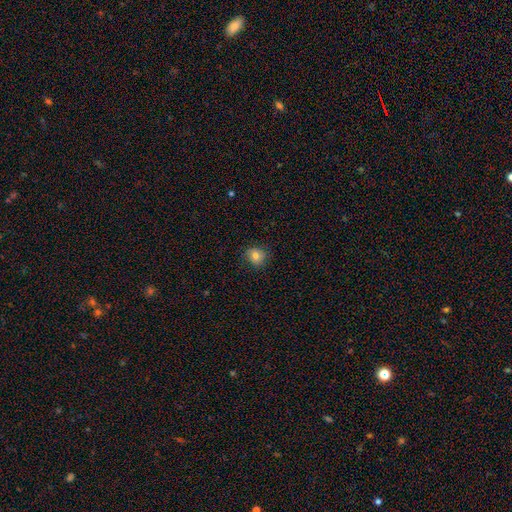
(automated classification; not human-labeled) Q: Smooth or featured?
A: smooth (78%); runner-up: featured or disk (11%)
Q: How rounded?
A: round (79%); runner-up: in between (20%)
Q: Merging?
A: none (82%); runner-up: minor disturbance (14%)